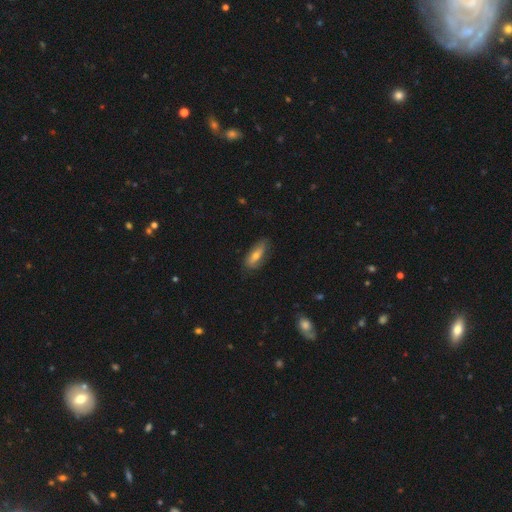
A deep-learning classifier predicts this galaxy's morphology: This is possibly a smooth galaxy (58%). How rounded: likely in between (63%). Merging: likely none (75%).